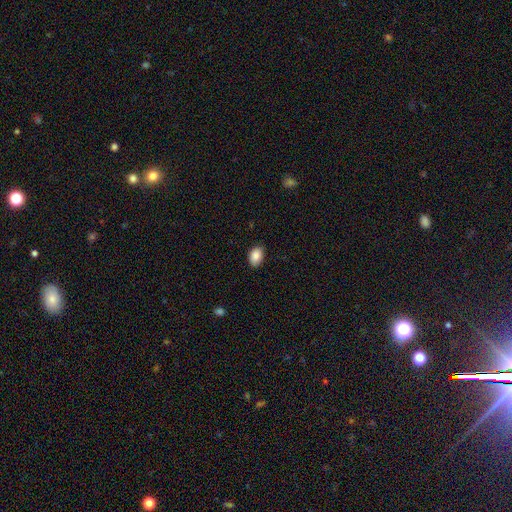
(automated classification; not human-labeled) Smooth or featured: smooth — 88% (star or artifact — 8%)
How rounded: in between — 86% (round — 13%)
Merging: none — 83% (minor disturbance — 13%)